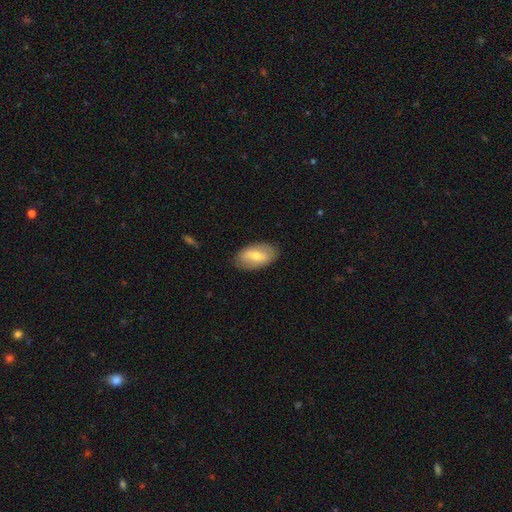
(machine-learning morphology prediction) A smooth galaxy with no disk features (52%) that is in between round and cigar-shaped (92%). Merging: none (84%).